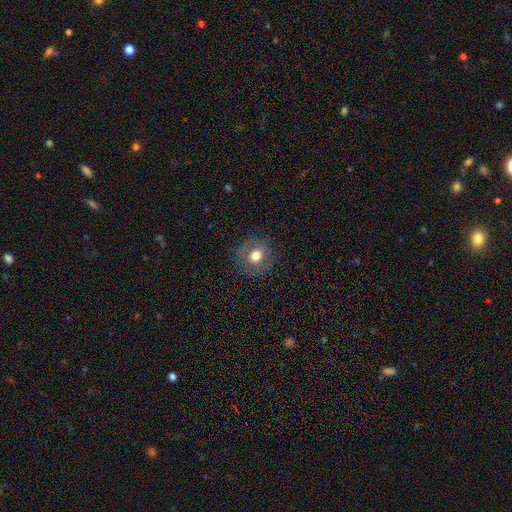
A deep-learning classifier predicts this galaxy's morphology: A smooth galaxy with no disk features (67%) that is round (83%).

Vote fractions:
- Smooth or featured? smooth: 67% / featured or disk: 22% / star or artifact: 10%
- How rounded? round: 83% / in between: 16% / cigar-shaped: 1%
- Merging? none: 86% / minor disturbance: 9% / major disturbance: 4% / merger: 1%